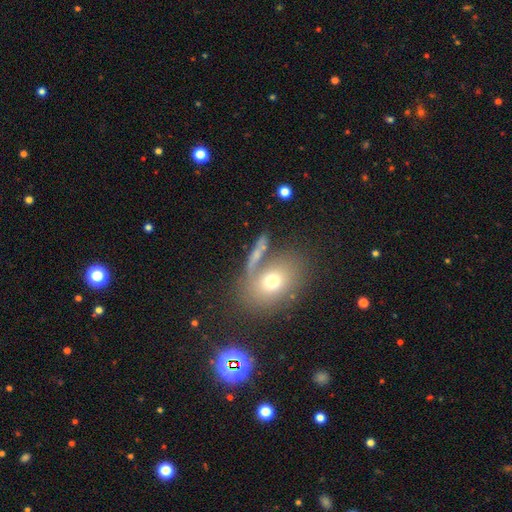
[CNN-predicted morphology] Smooth or featured? smooth (55%)
How rounded? in between (54%)
Merging? none (55%)